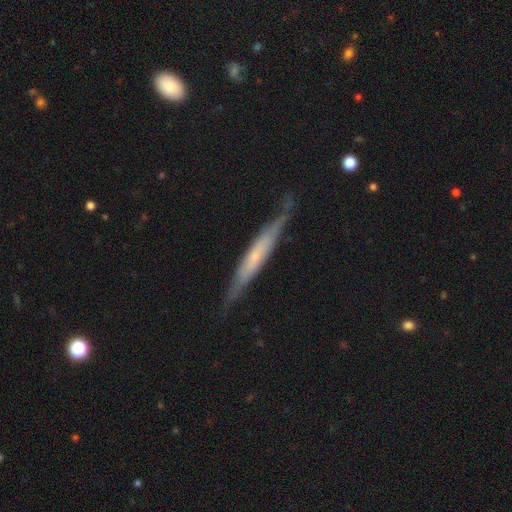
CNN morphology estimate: A featured or disk galaxy (62%) viewed edge-on (88%) with no central bulge (55%).

Vote fractions:
- Smooth or featured? featured or disk: 62% / smooth: 33% / star or artifact: 6%
- Edge-on disk? yes: 88% / no: 12%
- Edge-on bulge? none: 55% / rounded: 32% / boxy: 13%
- Merging? none: 76% / minor disturbance: 19% / major disturbance: 4% / merger: 2%